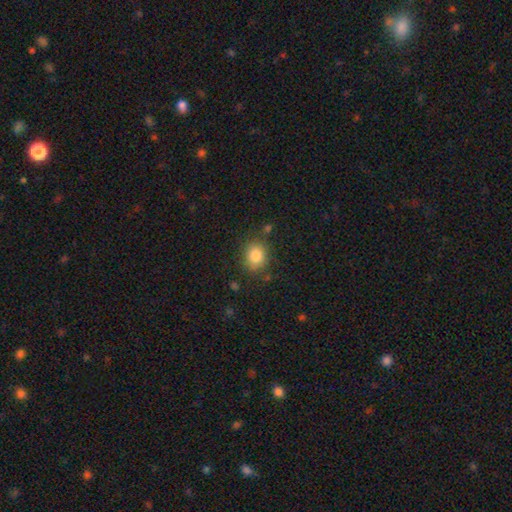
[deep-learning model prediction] Smooth or featured: smooth — 83% (star or artifact — 10%)
How rounded: round — 68% (in between — 31%)
Merging: none — 80% (minor disturbance — 13%)